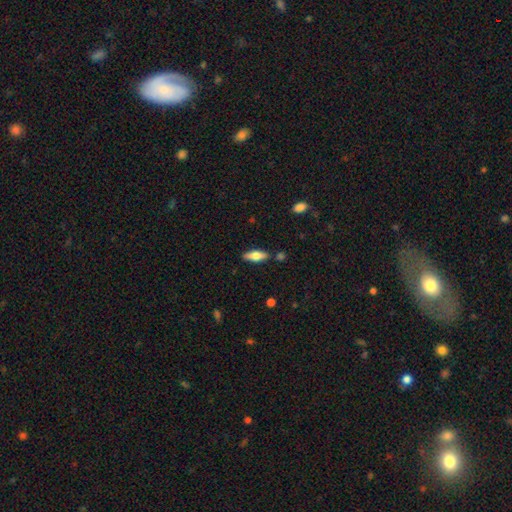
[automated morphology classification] Smooth or featured?
  - smooth: 57% *
  - featured or disk: 37%
  - star or artifact: 6%
How rounded?
  - in between: 62% *
  - cigar-shaped: 35%
  - round: 2%
Merging?
  - none: 83% *
  - minor disturbance: 11%
  - merger: 3%
  - major disturbance: 2%